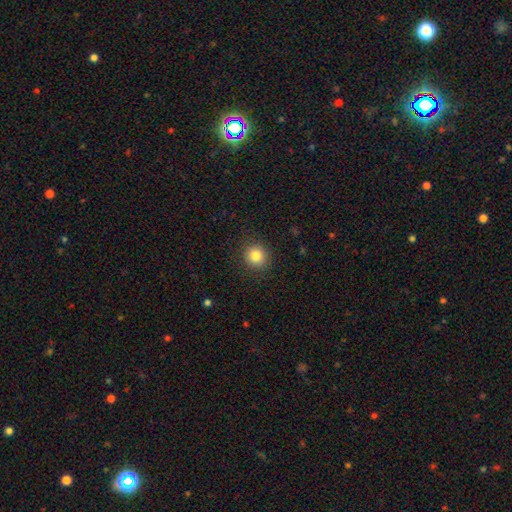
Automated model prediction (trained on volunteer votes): Overall: smooth (84%). How rounded: round (91%). Merging: none (90%).